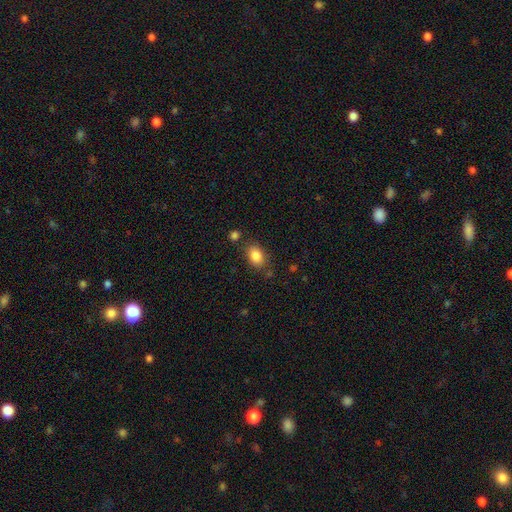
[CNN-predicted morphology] Smooth or featured?
  - smooth: 86% *
  - star or artifact: 8%
  - featured or disk: 6%
How rounded?
  - in between: 84% *
  - round: 14%
  - cigar-shaped: 2%
Merging?
  - none: 76% *
  - minor disturbance: 14%
  - merger: 6%
  - major disturbance: 4%